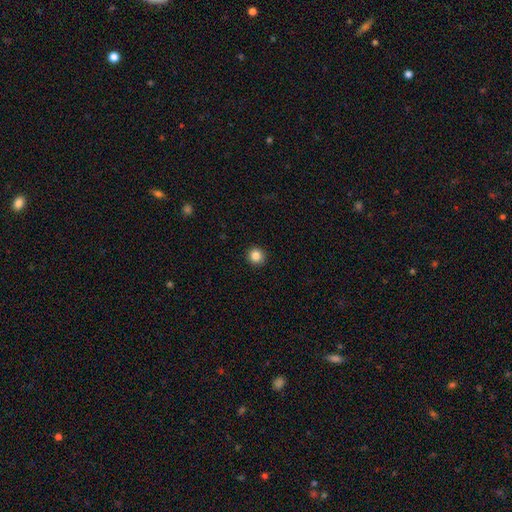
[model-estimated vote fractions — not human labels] smooth-or-featured: smooth: 86% | star or artifact: 11% | featured or disk: 4%
  how-rounded: round: 94% | in between: 5% | cigar-shaped: 1%
  merging: none: 93% | minor disturbance: 4% | major disturbance: 2% | merger: 1%